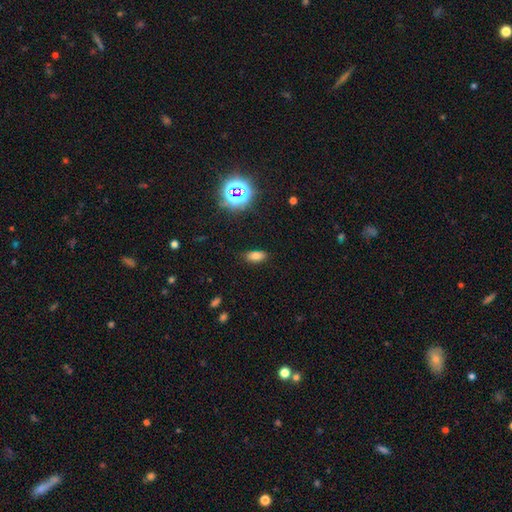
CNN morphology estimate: Q: Smooth or featured?
A: smooth (73%); runner-up: star or artifact (20%)
Q: How rounded?
A: in between (88%); runner-up: cigar-shaped (7%)
Q: Merging?
A: none (81%); runner-up: minor disturbance (14%)